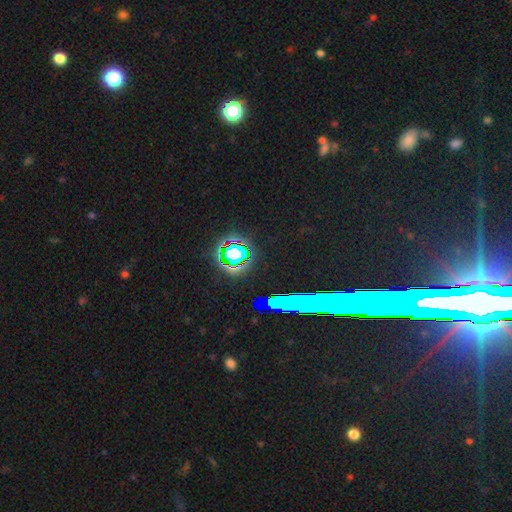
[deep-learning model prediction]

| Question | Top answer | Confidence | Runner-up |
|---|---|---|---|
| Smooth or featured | star or artifact | 77% | featured or disk (13%) |